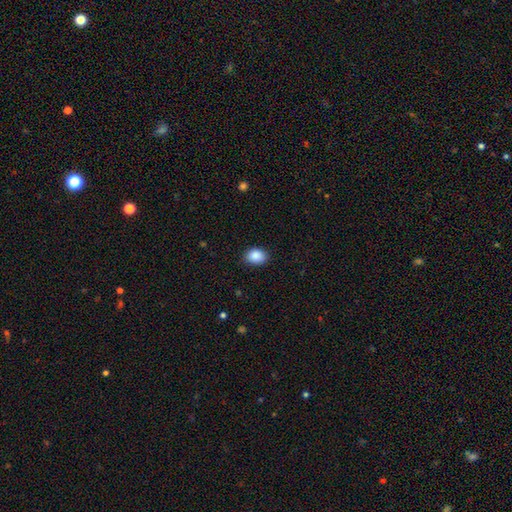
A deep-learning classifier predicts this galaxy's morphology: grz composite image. It shows a smooth galaxy with no disk features (89%) that is in between round and cigar-shaped (68%). Merging: none (88%).